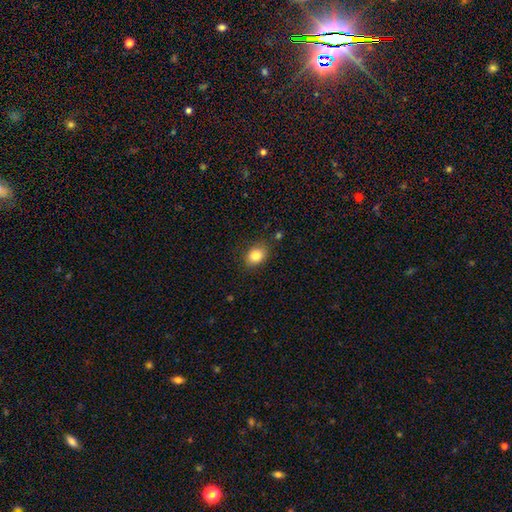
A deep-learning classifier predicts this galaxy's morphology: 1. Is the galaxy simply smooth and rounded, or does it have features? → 84% smooth, 9% star or artifact, 7% featured or disk.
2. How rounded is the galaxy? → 65% in between, 34% round, 1% cigar-shaped.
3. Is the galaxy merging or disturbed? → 82% none, 13% minor disturbance, 3% major disturbance, 2% merger.